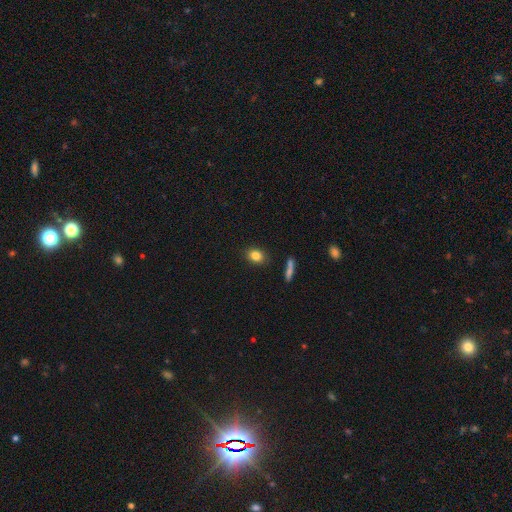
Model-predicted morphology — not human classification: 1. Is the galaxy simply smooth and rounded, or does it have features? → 83% smooth, 9% star or artifact, 7% featured or disk.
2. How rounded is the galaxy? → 57% in between, 40% round, 3% cigar-shaped.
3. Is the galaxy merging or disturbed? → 87% none, 9% minor disturbance, 2% merger, 2% major disturbance.